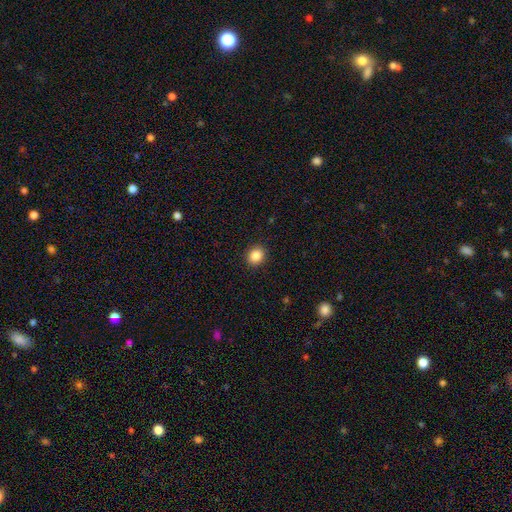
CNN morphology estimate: Overall: smooth (87%). How rounded: round (74%). Merging: none (91%).